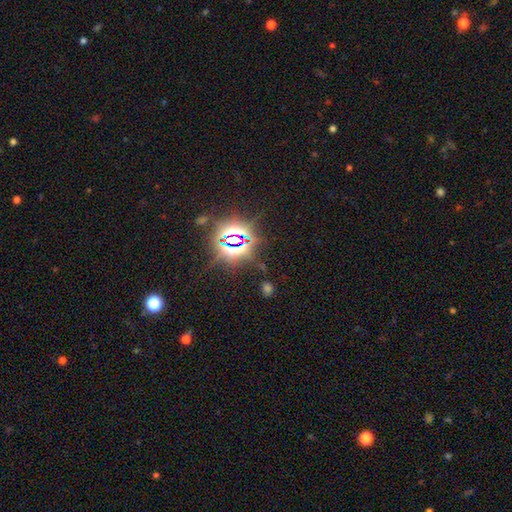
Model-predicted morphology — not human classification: Smooth or featured?
  - star or artifact: 83% *
  - smooth: 10%
  - featured or disk: 6%